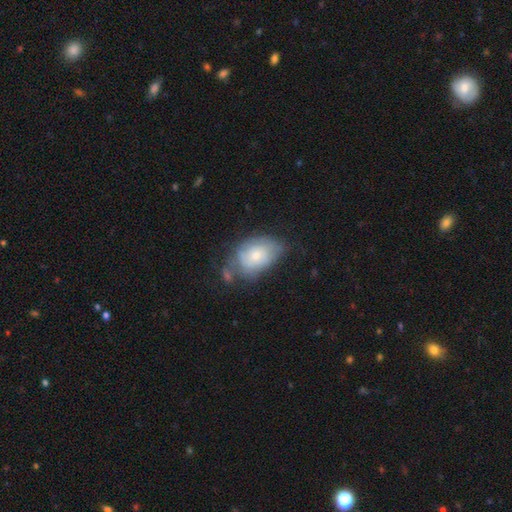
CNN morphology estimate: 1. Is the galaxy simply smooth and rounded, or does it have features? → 57% smooth, 36% featured or disk, 7% star or artifact.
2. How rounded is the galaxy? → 82% in between, 17% round, 1% cigar-shaped.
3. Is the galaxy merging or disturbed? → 42% none, 34% minor disturbance, 15% major disturbance, 9% merger.